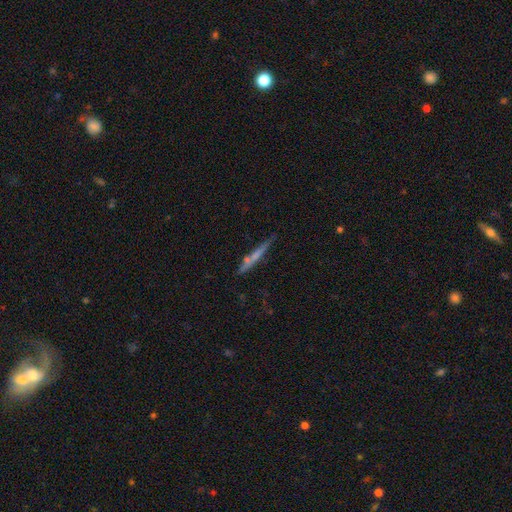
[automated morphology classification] The model was most divided on "smooth or featured": featured or disk: 52%, smooth: 40%, star or artifact: 8%. More confident: edge-on disk — yes (94%); merging — none (79%).